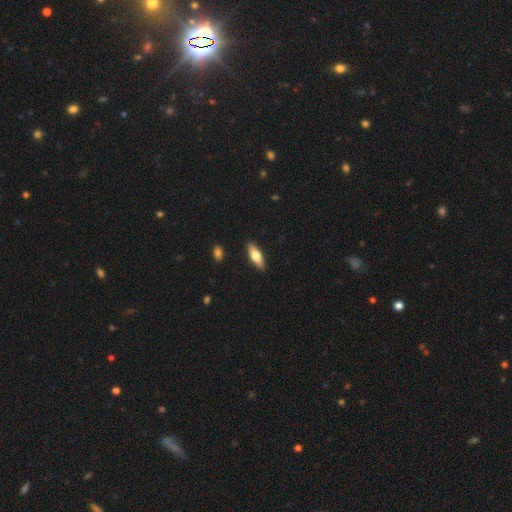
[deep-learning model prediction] This is likely a smooth galaxy (62%). How rounded: likely in between (61%). Merging: clearly none (89%).